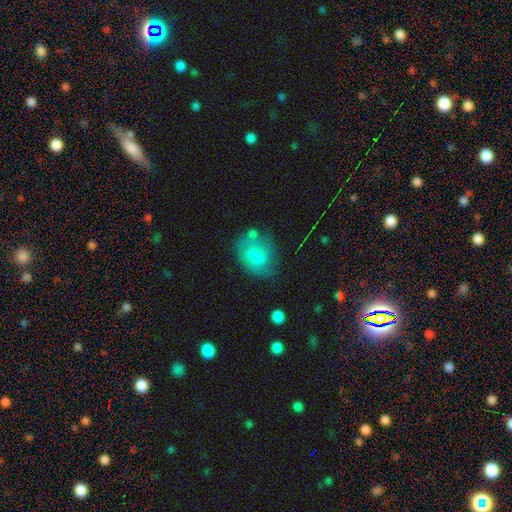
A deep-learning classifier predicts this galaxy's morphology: Smooth or featured?
  - smooth: 69% *
  - featured or disk: 22%
  - star or artifact: 9%
How rounded?
  - in between: 57% *
  - round: 42%
  - cigar-shaped: 1%
Merging?
  - none: 49% *
  - minor disturbance: 27%
  - major disturbance: 15%
  - merger: 9%